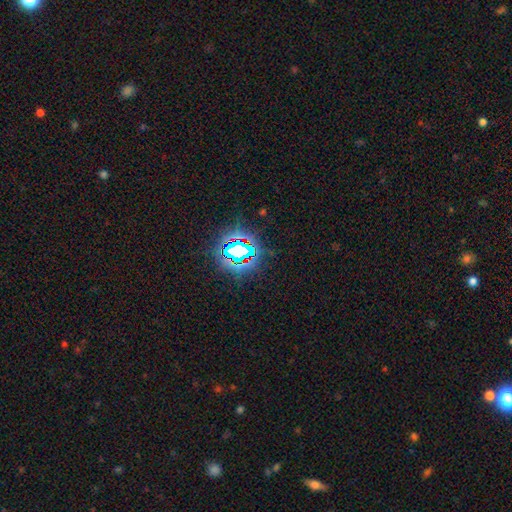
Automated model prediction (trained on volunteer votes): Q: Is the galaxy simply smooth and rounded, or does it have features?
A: star or artifact — 82%.